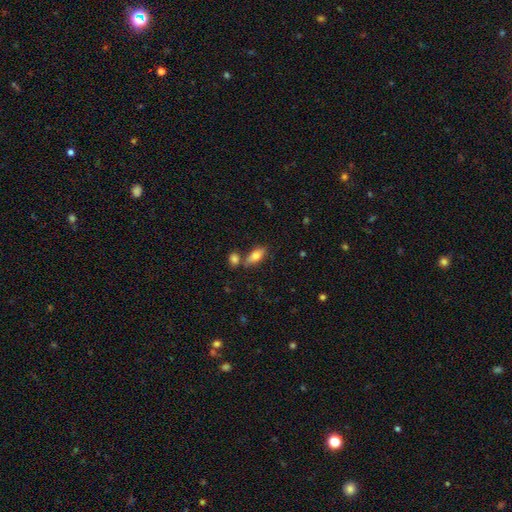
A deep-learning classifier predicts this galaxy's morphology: Smooth or featured: smooth — 77% (featured or disk — 16%)
How rounded: in between — 82% (cigar-shaped — 14%)
Merging: none — 65% (merger — 20%)